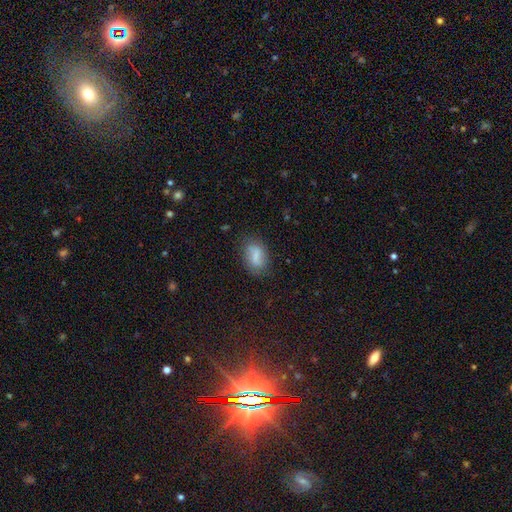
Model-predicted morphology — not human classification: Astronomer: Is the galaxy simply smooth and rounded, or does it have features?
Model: smooth — 65%.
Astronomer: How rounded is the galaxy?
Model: in between — 83%.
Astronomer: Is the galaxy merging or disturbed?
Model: none — 70%.